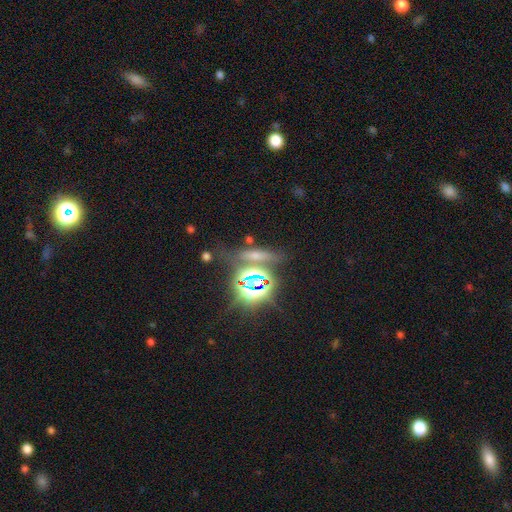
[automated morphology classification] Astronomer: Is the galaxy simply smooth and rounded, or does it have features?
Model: star or artifact — 77%.